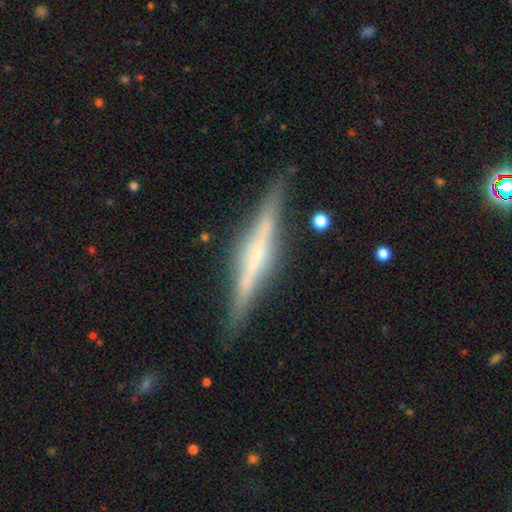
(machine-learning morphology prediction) smooth_or_featured: featured or disk (p=0.73) [alt: smooth p=0.20]
disk_edge_on: yes (p=0.97) [alt: no p=0.03]
edge_on_bulge: rounded (p=0.39) [alt: none p=0.34]
merging: none (p=0.87) [alt: minor disturbance p=0.10]